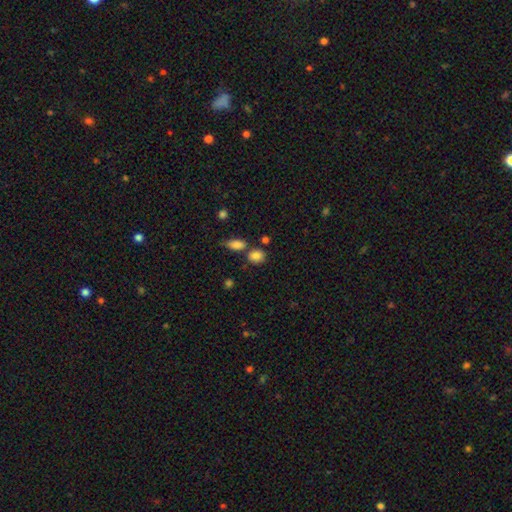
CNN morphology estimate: This appears to be a smooth galaxy with no disk features (84%) that is round (56%). Merging: none (66%).